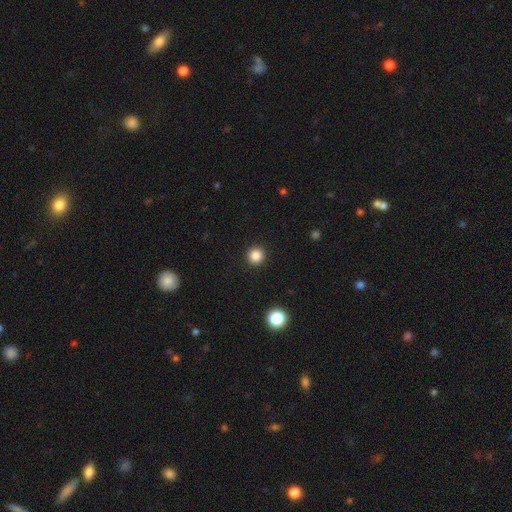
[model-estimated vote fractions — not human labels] Smooth or featured?
  - smooth: 85% *
  - star or artifact: 12%
  - featured or disk: 4%
How rounded?
  - round: 95% *
  - in between: 4%
  - cigar-shaped: 1%
Merging?
  - none: 93% *
  - minor disturbance: 4%
  - major disturbance: 2%
  - merger: 1%